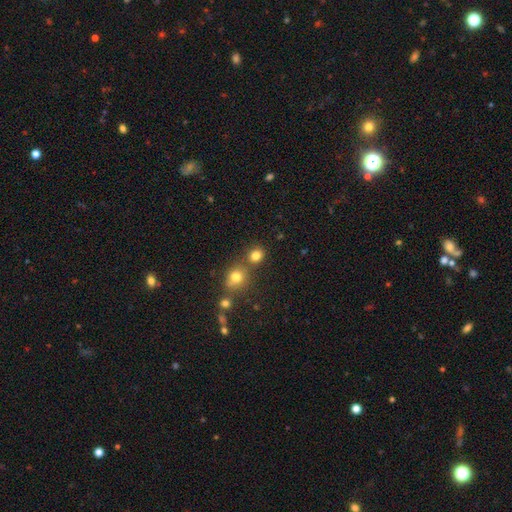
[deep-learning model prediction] Morphology: type=smooth (78%); roundness=round (75%); merging=none (65%).